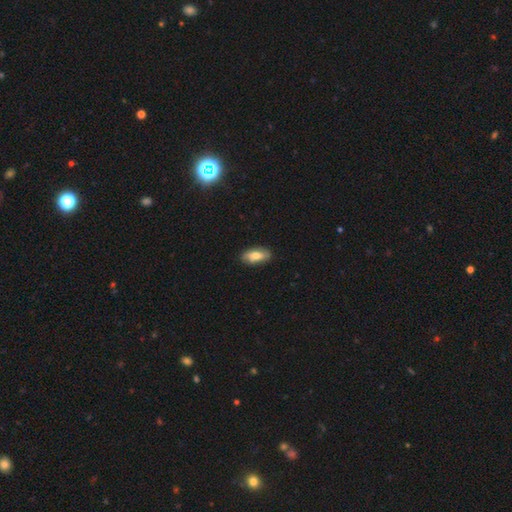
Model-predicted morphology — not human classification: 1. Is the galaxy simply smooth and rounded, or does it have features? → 64% smooth, 29% featured or disk, 7% star or artifact.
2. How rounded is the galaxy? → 86% in between, 10% cigar-shaped, 4% round.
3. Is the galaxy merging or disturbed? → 84% none, 13% minor disturbance, 2% major disturbance, 1% merger.